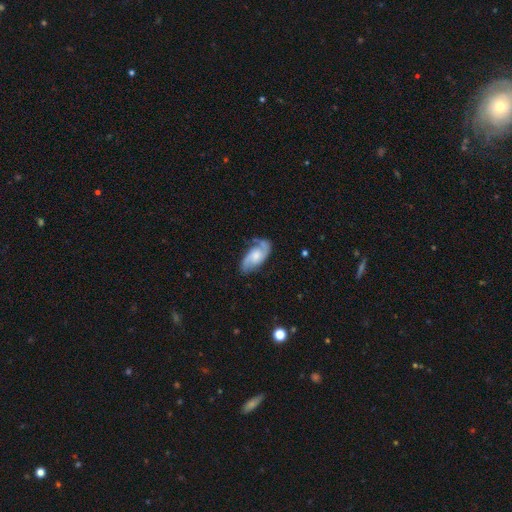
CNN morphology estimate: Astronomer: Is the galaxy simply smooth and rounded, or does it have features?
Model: featured or disk — 74%.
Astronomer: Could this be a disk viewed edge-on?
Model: no — 95%.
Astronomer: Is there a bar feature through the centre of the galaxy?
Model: no — 63%.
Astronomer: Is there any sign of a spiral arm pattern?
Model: yes — 94%.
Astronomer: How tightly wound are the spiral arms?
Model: medium — 46% (runner-up: loose, 31%).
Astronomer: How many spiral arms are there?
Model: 2 — 84%.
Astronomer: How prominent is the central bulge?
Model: moderate — 40%, tied with small at 40%.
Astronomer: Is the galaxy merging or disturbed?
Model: none — 64%.